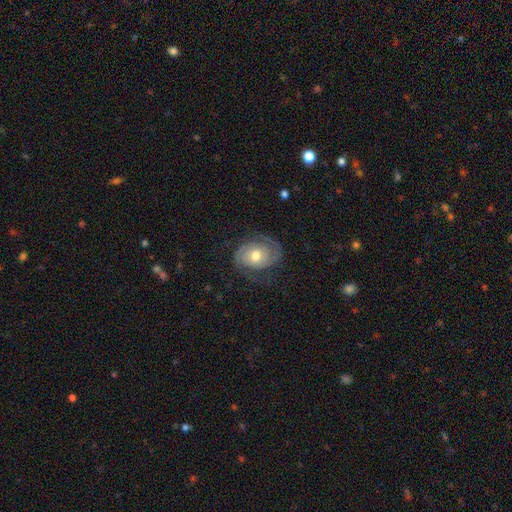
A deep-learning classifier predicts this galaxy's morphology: Smooth or featured? featured or disk (78%)
Edge-on disk? no (97%)
Bar? no (71%)
Spiral arms? yes (93%)
Spiral winding? tight (42%)
Spiral arm count? 2 (82%)
Bulge size? moderate (72%)
Merging? none (69%)